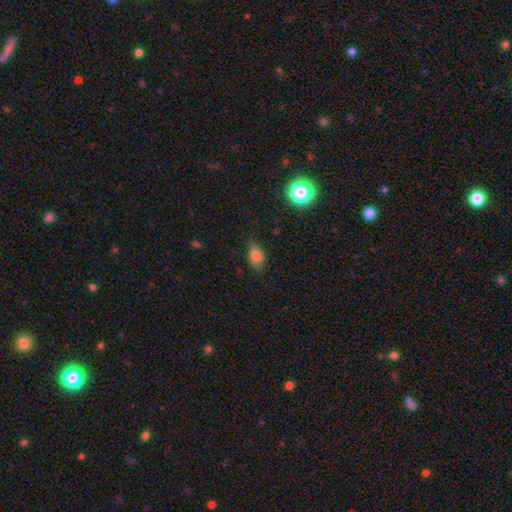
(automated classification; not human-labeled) Morphology: type=smooth (77%); roundness=in between (85%); merging=none (78%).